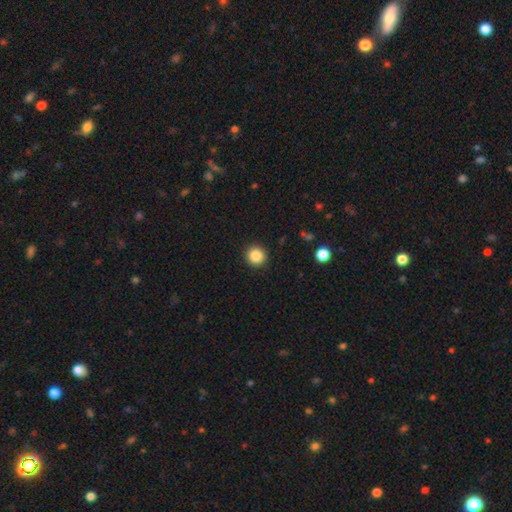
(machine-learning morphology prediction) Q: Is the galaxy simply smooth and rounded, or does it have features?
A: smooth — 87%.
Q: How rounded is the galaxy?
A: round — 94%.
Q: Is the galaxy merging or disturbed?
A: none — 92%.